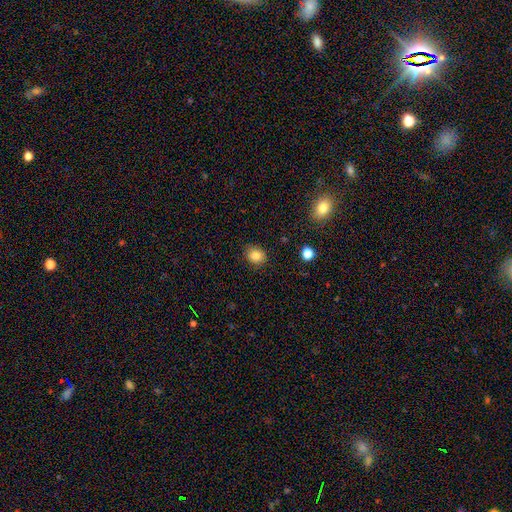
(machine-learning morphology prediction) Smooth or featured? Predicted: smooth (p=0.82). How rounded? Predicted: round (p=0.65). Merging? Predicted: none (p=0.86).